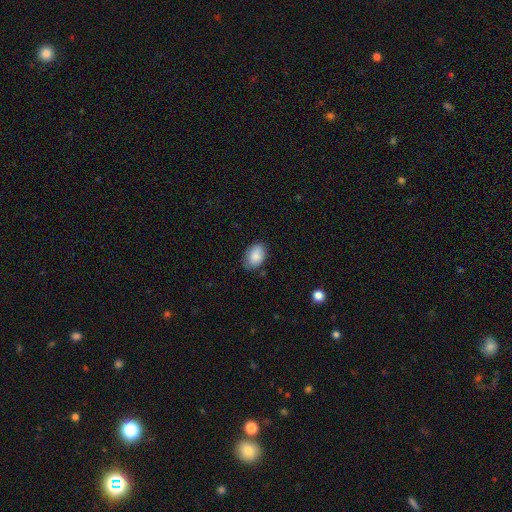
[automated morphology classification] smooth_or_featured: smooth (p=0.87) [alt: star or artifact p=0.07]
how_rounded: in between (p=0.86) [alt: round p=0.13]
merging: none (p=0.77) [alt: minor disturbance p=0.18]